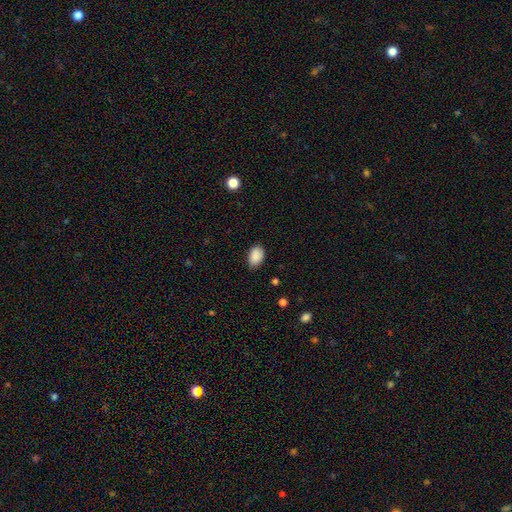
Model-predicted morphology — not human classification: The model was most divided on "merging": none: 78%, minor disturbance: 18%, major disturbance: 3%, merger: 1%. More confident: smooth or featured — smooth (90%); how rounded — in between (87%).